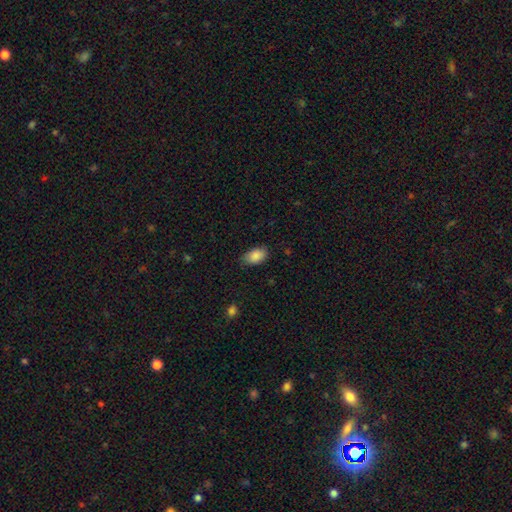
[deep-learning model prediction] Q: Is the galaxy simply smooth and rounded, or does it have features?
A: smooth — 87%.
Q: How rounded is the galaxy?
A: in between — 92%.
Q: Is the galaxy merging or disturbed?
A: none — 77%.